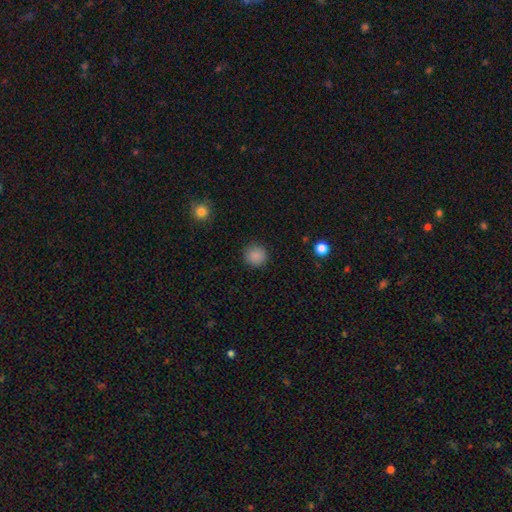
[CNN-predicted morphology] Smooth or featured? Predicted: smooth (p=0.87). How rounded? Predicted: round (p=0.93). Merging? Predicted: none (p=0.91).